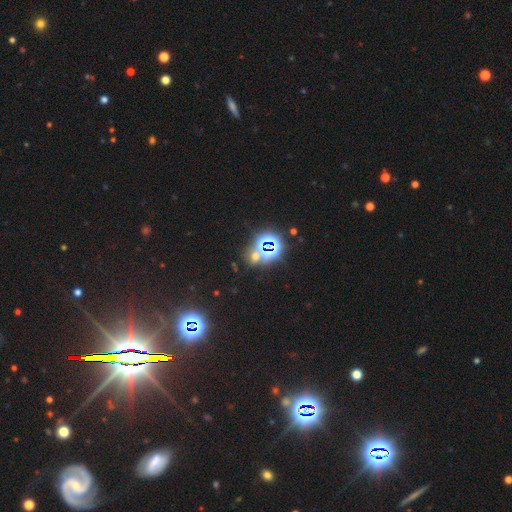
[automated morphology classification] star or artifact 67%, smooth 25%, featured or disk 8%.